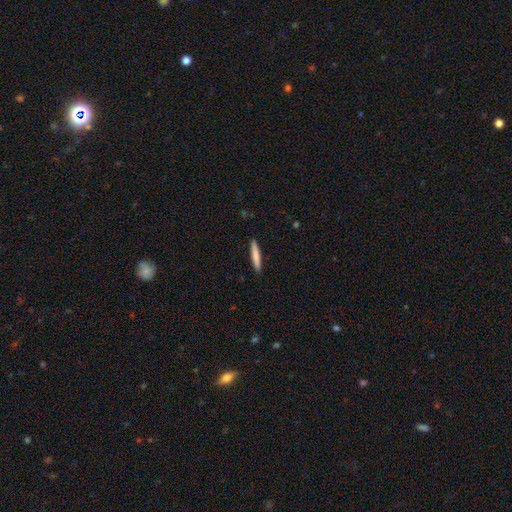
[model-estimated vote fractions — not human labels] A smooth galaxy with no disk features (76%) that is cigar-shaped (94%). Merging: none (92%).